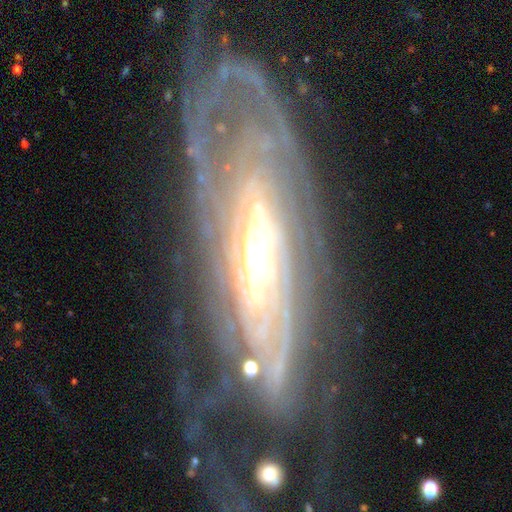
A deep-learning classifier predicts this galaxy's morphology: A featured or disk galaxy (88%) with no bar (53%), tight (71%) spiral arms (90%) and a moderate central bulge (62%).

Vote fractions:
- Smooth or featured? featured or disk: 88% / smooth: 6% / star or artifact: 5%
- Edge-on disk? no: 76% / yes: 24%
- Bar? no: 53% / weak: 28% / strong: 19%
- Spiral arms? yes: 90% / no: 10%
- Spiral winding? tight: 71% / medium: 21% / loose: 8%
- Spiral arm count? can't tell: 43% / 2: 18% / 3: 12% / more than 4: 10% / 4: 10% / 1: 8%
- Bulge size? moderate: 62% / small: 20% / large: 13% / dominant: 2% / none: 2%
- Merging? none: 63% / minor disturbance: 20% / major disturbance: 14% / merger: 3%